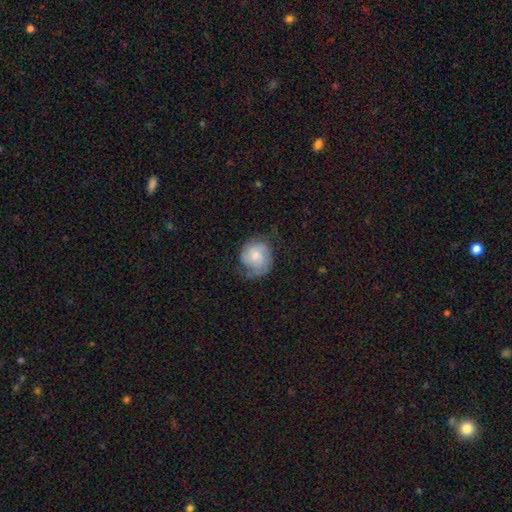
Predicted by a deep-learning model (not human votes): Smooth or featured? featured or disk (50%)
Merging? none (55%)